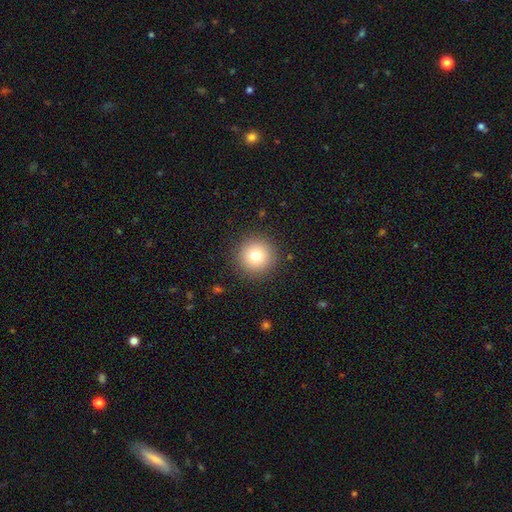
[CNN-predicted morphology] type=smooth (77%); roundness=round (96%); merging=none (90%).